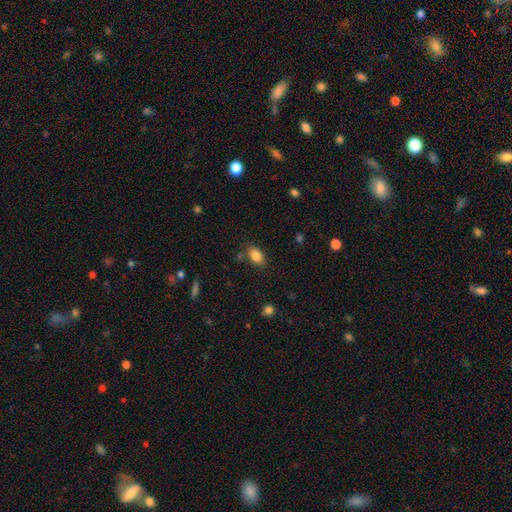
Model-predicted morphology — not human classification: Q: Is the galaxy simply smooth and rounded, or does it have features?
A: smooth — 84%.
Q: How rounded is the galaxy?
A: in between — 88%.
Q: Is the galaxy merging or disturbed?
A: none — 79%.